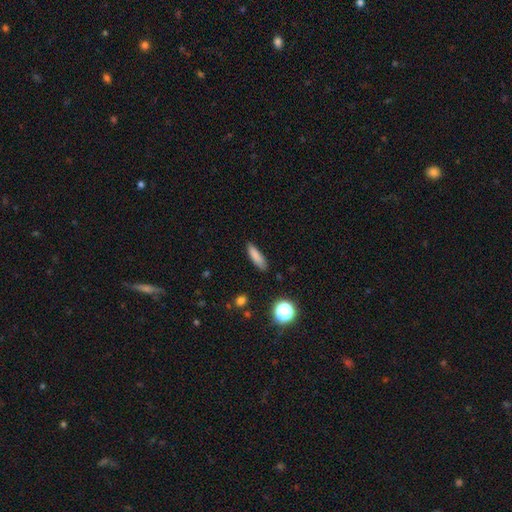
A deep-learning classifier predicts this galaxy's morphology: type=smooth (82%); roundness=cigar-shaped (66%); merging=none (84%).